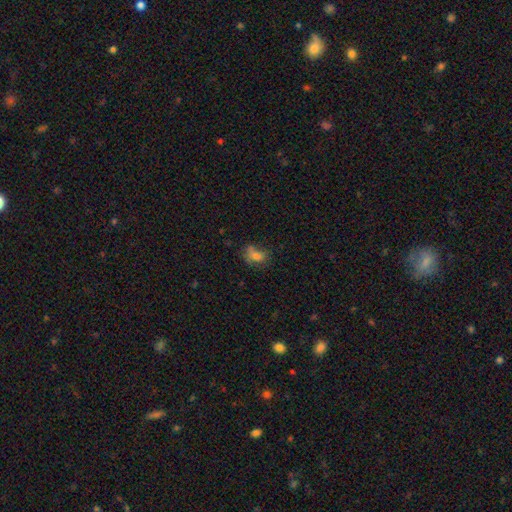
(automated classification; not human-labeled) A smooth galaxy with no disk features (68%) that is in between round and cigar-shaped (73%).

Vote fractions:
- Smooth or featured? smooth: 68% / featured or disk: 16% / star or artifact: 16%
- How rounded? in between: 73% / round: 24% / cigar-shaped: 3%
- Merging? none: 41% / minor disturbance: 25% / major disturbance: 19% / merger: 16%